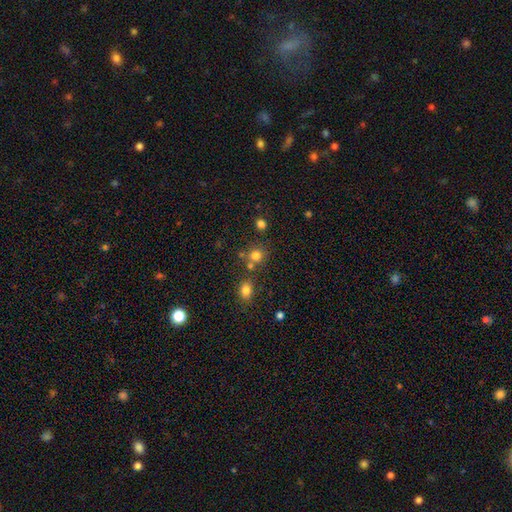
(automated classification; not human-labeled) smooth 78%, star or artifact 15%, featured or disk 7%. Down the decision tree: how rounded — round (84%); merging — none (66%).